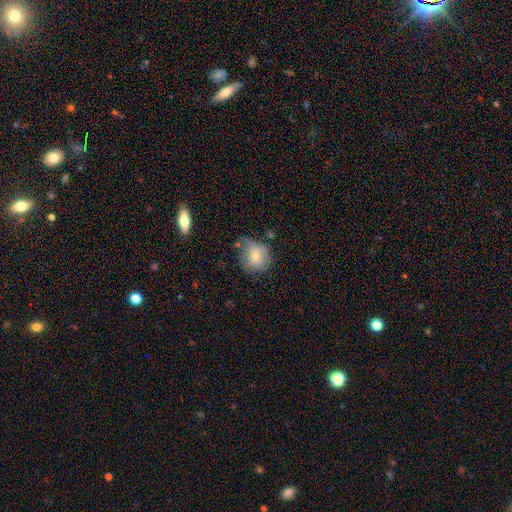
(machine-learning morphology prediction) Q: Smooth or featured?
A: smooth (68%); runner-up: featured or disk (23%)
Q: How rounded?
A: round (77%); runner-up: in between (22%)
Q: Merging?
A: none (46%); runner-up: minor disturbance (33%)